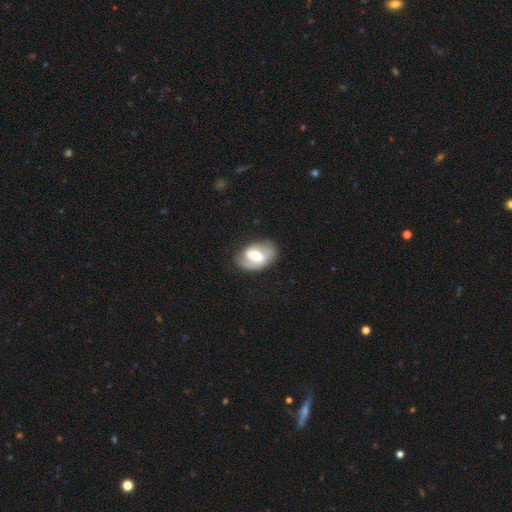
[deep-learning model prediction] Morphology: type=featured or disk (60%); edge-on=no (94%); bar=strong (40%); spiral arms=yes (62%); bulge=moderate (64%); merging=none (69%).